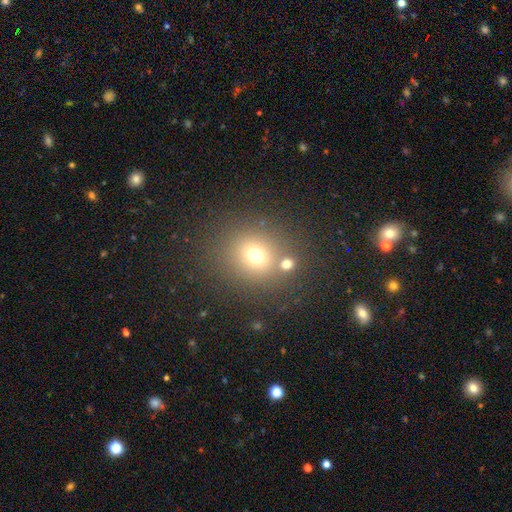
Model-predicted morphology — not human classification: The model was most divided on "smooth or featured": smooth: 69%, star or artifact: 20%, featured or disk: 12%. More confident: how rounded — round (81%); merging — none (70%).